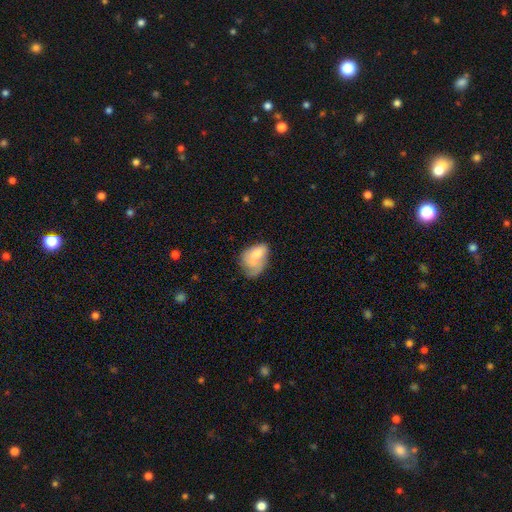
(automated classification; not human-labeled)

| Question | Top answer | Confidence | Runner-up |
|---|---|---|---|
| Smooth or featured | smooth | 70% | featured or disk (22%) |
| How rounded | in between | 84% | round (15%) |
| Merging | minor disturbance | 33% | none (29%) |